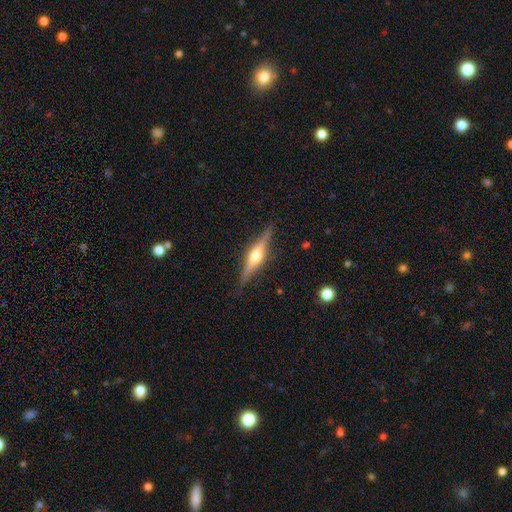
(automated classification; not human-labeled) This is likely a featured or disk galaxy (76%). It is clearly viewed edge-on (97%). Edge-on bulge: clearly rounded (91%). Merging: clearly none (87%).